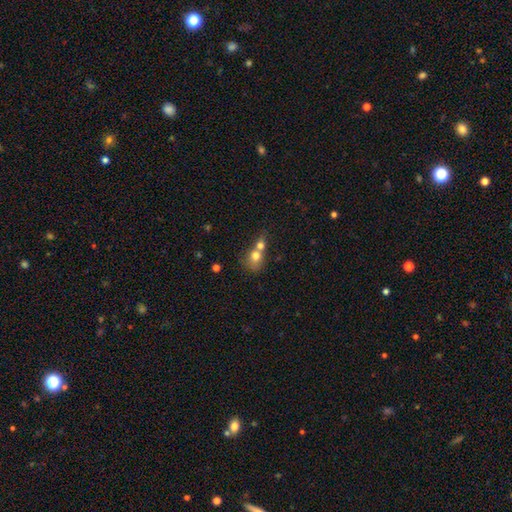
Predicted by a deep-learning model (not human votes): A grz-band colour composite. It shows a smooth galaxy with no disk features (70%) that is round (57%). Merging: merger (71%).